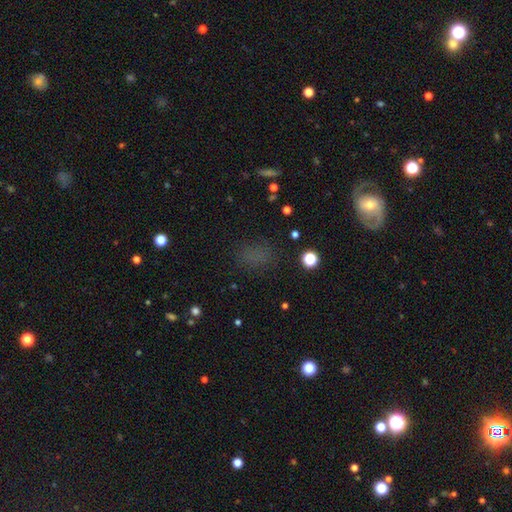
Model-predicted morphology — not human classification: Smooth or featured? Predicted: smooth (p=0.59). How rounded? Predicted: in between (p=0.62). Merging? Predicted: none (p=0.75).